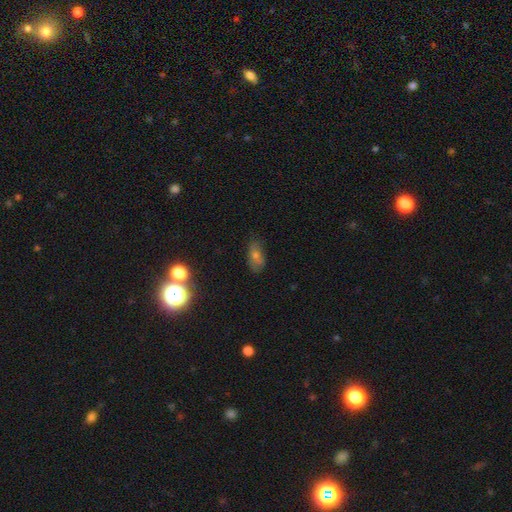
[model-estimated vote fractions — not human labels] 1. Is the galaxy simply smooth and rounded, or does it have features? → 53% smooth, 24% featured or disk, 23% star or artifact.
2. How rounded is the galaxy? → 80% in between, 13% round, 7% cigar-shaped.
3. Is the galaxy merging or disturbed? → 71% none, 19% minor disturbance, 6% major disturbance, 3% merger.